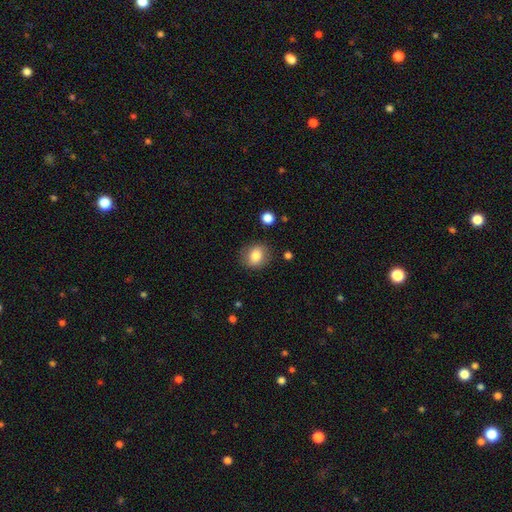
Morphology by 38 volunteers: A smooth galaxy with no disk features (84%) that is round (69%).

Vote fractions:
- Smooth or featured? smooth: 84% / featured or disk: 11% / star or artifact: 5%
- How rounded? round: 69% / in between: 31% / cigar-shaped: 0%
- Merging? none: 86% / minor disturbance: 8% / major disturbance: 6% / merger: 0%